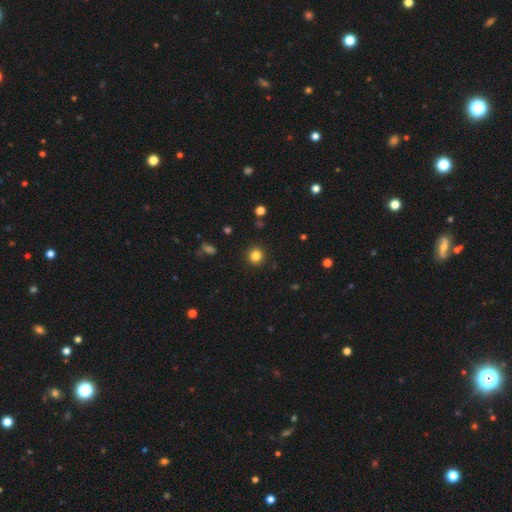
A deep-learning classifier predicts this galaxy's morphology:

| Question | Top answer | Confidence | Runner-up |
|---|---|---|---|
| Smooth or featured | smooth | 83% | star or artifact (12%) |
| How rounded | round | 92% | in between (7%) |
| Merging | none | 91% | minor disturbance (5%) |